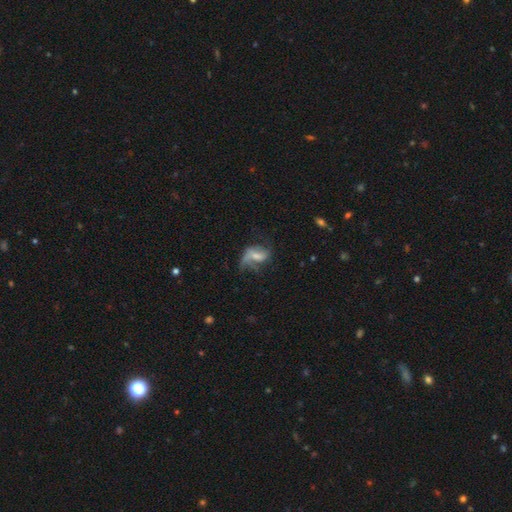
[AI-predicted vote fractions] Smooth or featured? featured or disk (64%)
Edge-on disk? no (96%)
Bar? weak (43%)
Spiral arms? yes (78%)
Bulge size? moderate (40%)
Merging? major disturbance (41%)